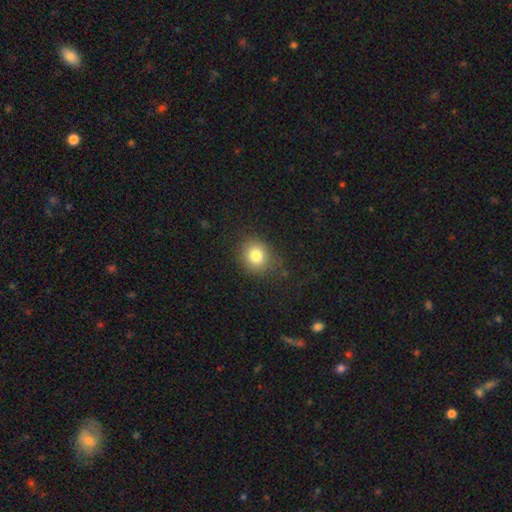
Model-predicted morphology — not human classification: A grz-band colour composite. It shows a smooth galaxy with no disk features (81%) that is round (70%). Merging: none (80%).